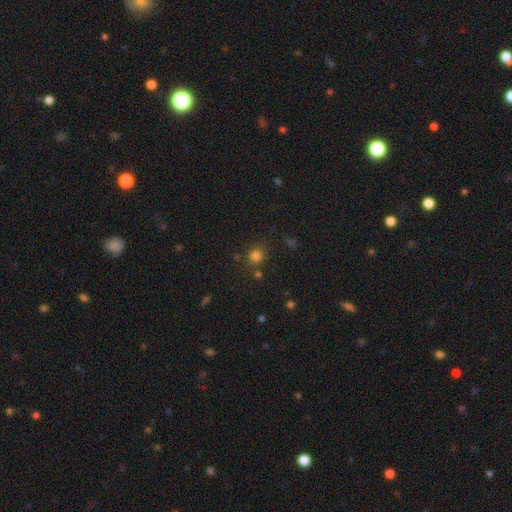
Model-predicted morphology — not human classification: Q: Smooth or featured?
A: smooth (78%); runner-up: star or artifact (16%)
Q: How rounded?
A: round (88%); runner-up: in between (11%)
Q: Merging?
A: none (79%); runner-up: minor disturbance (10%)